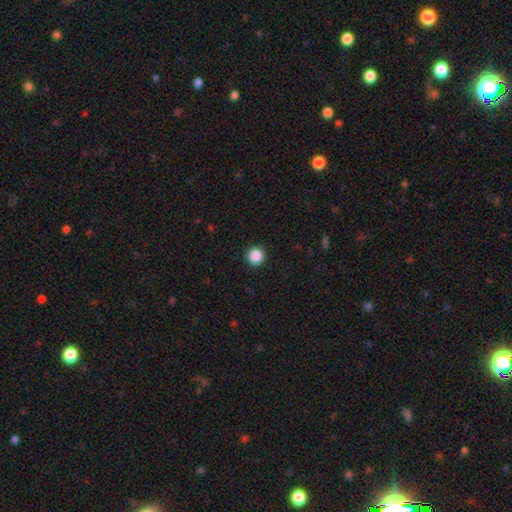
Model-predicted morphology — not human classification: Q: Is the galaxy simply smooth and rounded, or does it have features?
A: smooth — 88%.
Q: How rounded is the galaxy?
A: round — 94%.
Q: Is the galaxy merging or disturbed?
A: none — 92%.